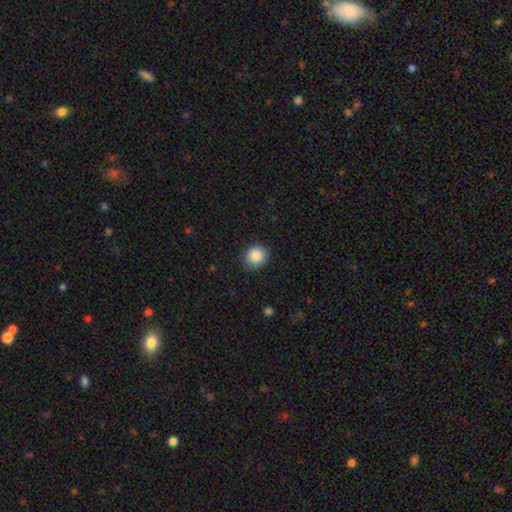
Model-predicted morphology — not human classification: Smooth or featured? smooth (88%)
How rounded? round (79%)
Merging? none (84%)